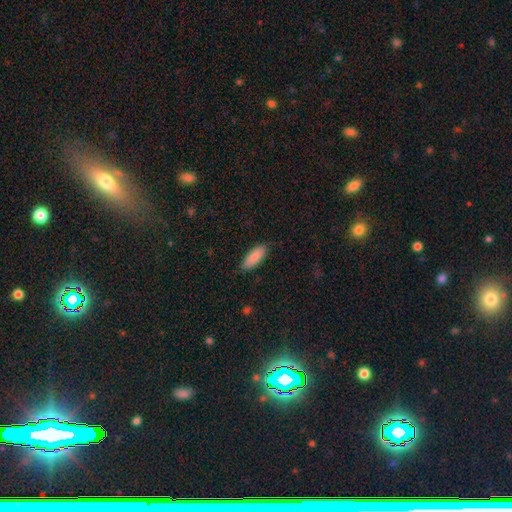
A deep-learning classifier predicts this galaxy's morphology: Smooth or featured? smooth (89%)
How rounded? in between (71%)
Merging? none (84%)